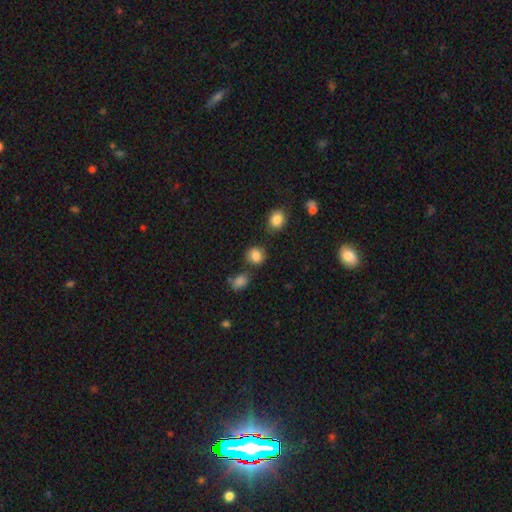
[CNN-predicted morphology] smooth-or-featured: smooth: 83% | star or artifact: 11% | featured or disk: 6%
  how-rounded: round: 69% | in between: 30% | cigar-shaped: 1%
  merging: none: 73% | minor disturbance: 14% | merger: 8% | major disturbance: 4%